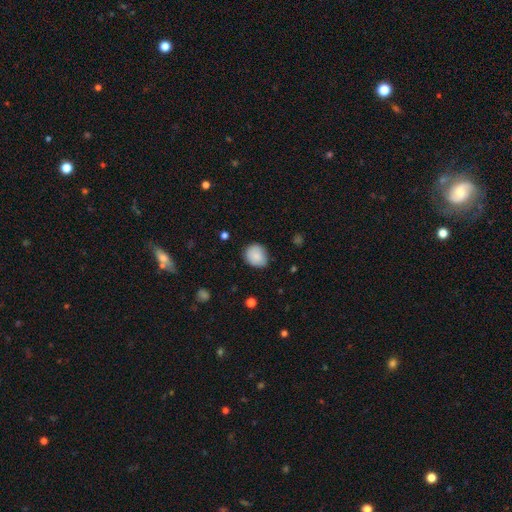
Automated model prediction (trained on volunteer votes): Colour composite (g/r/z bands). It shows a smooth galaxy with no disk features (86%) that is round (72%). Merging: none (74%).